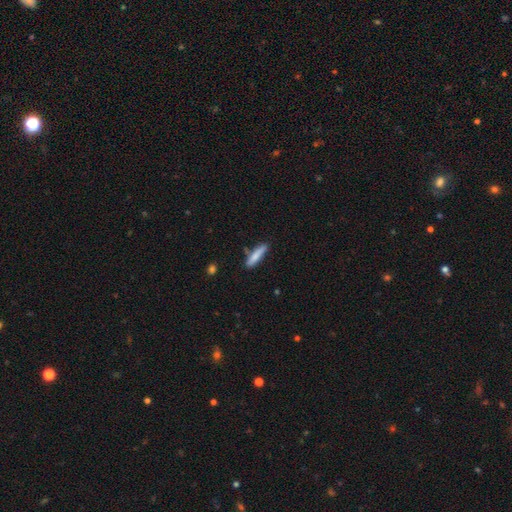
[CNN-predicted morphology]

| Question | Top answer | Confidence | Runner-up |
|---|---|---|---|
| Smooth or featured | smooth | 79% | featured or disk (14%) |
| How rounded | cigar-shaped | 83% | in between (16%) |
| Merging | none | 77% | minor disturbance (16%) |